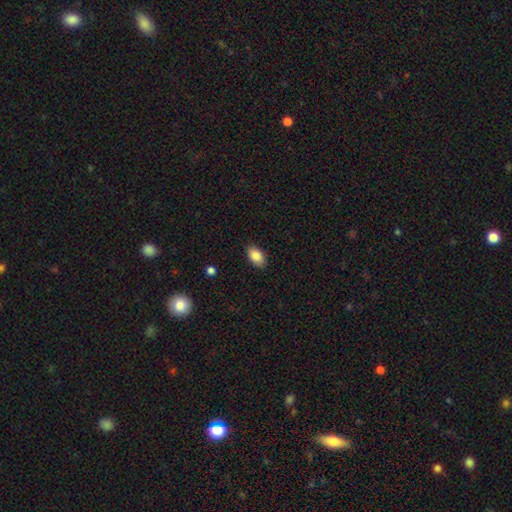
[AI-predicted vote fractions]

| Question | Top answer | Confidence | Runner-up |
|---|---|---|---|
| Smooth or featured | smooth | 85% | star or artifact (8%) |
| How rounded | in between | 91% | round (7%) |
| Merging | none | 88% | minor disturbance (9%) |